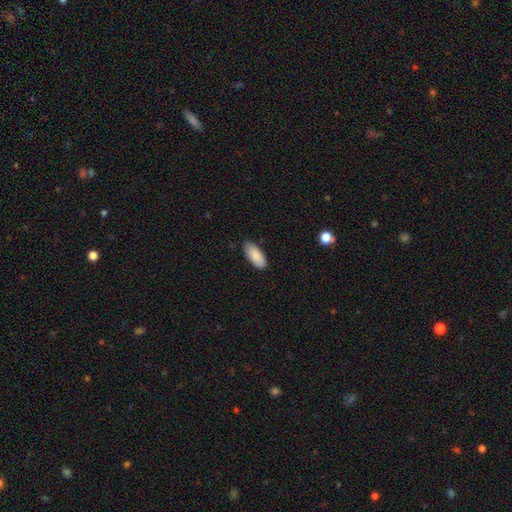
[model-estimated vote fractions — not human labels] A smooth galaxy with no disk features (89%) that is in between round and cigar-shaped (86%).

Vote fractions:
- Smooth or featured? smooth: 89% / star or artifact: 6% / featured or disk: 5%
- How rounded? in between: 86% / cigar-shaped: 13% / round: 2%
- Merging? none: 85% / minor disturbance: 12% / major disturbance: 2% / merger: 1%